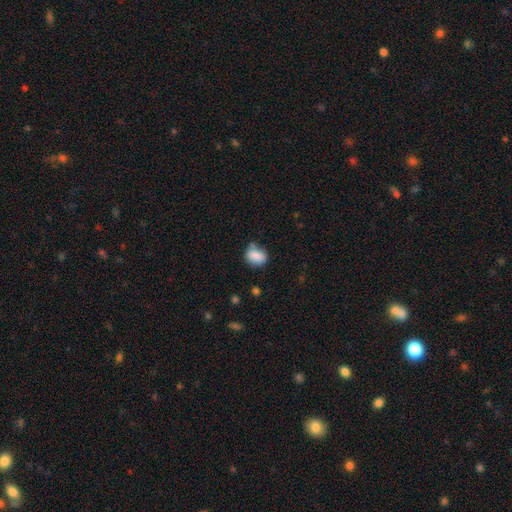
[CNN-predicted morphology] This is clearly a smooth galaxy (85%). How rounded: likely in between (63%). Merging: likely none (63%).